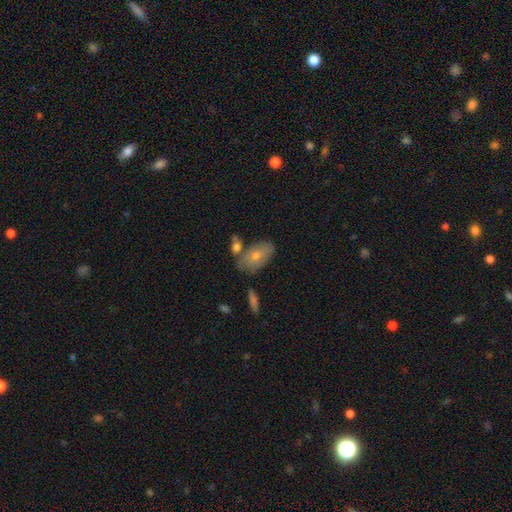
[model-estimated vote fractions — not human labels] smooth_or_featured: smooth (p=0.62) [alt: featured or disk p=0.28]
how_rounded: in between (p=0.88) [alt: round p=0.08]
merging: none (p=0.63) [alt: merger p=0.16]